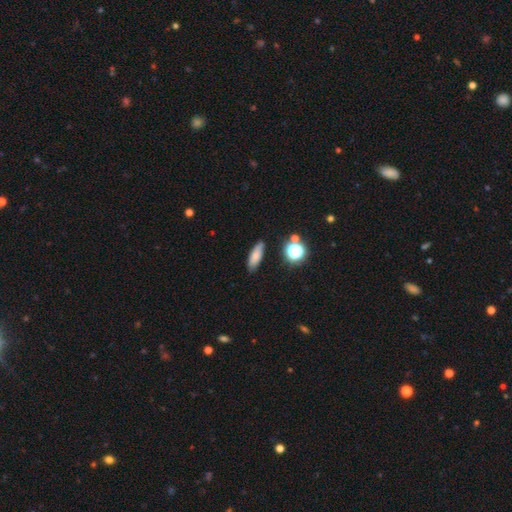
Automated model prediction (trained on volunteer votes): Q: Smooth or featured?
A: smooth (76%); runner-up: featured or disk (12%)
Q: How rounded?
A: in between (53%); runner-up: cigar-shaped (41%)
Q: Merging?
A: none (82%); runner-up: minor disturbance (12%)